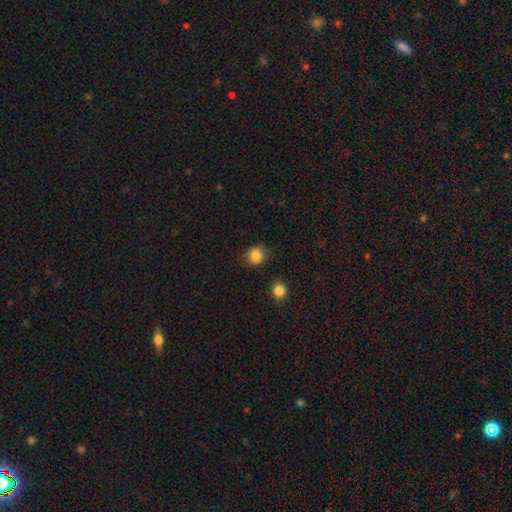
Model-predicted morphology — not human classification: This is clearly a smooth galaxy (85%). How rounded: likely round (75%). Merging: clearly none (81%).